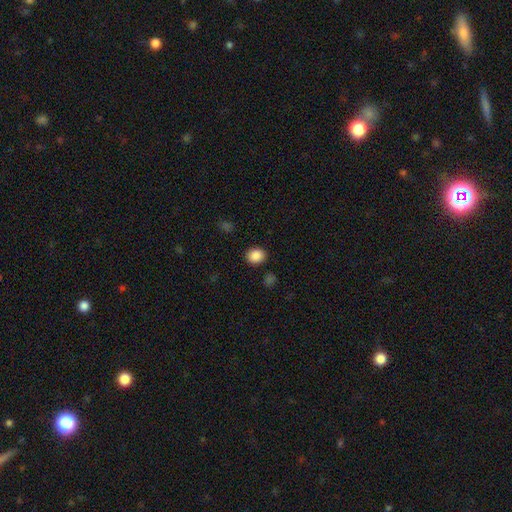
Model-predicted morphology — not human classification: This appears to be a smooth galaxy with no disk features (87%) that is round (64%). Merging: none (88%).